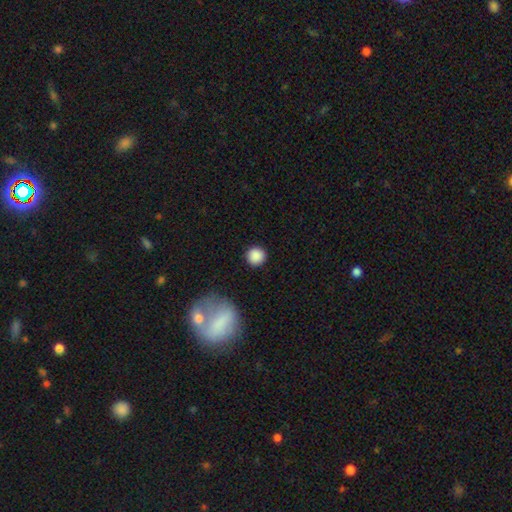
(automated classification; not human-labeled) This is clearly a smooth galaxy (87%). How rounded: clearly round (94%). Merging: clearly none (89%).